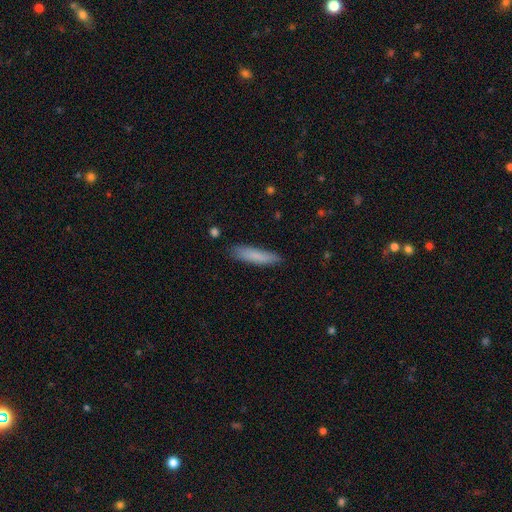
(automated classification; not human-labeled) A smooth galaxy with no disk features (83%) that is cigar-shaped (82%).

Vote fractions:
- Smooth or featured? smooth: 83% / featured or disk: 11% / star or artifact: 6%
- How rounded? cigar-shaped: 82% / in between: 17% / round: 1%
- Merging? none: 86% / minor disturbance: 11% / major disturbance: 2% / merger: 1%